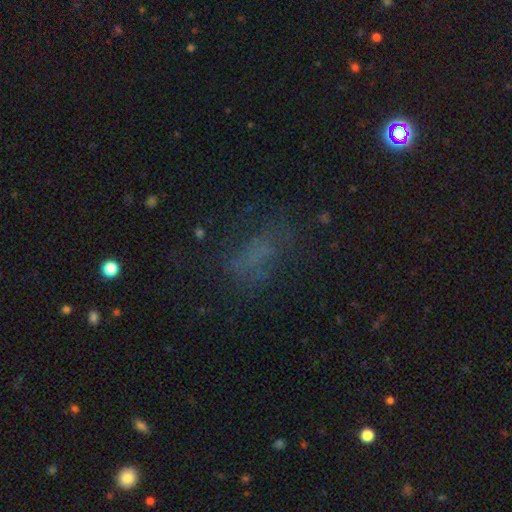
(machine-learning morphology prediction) Smooth or featured? Predicted: smooth (p=0.47). Merging? Predicted: none (p=0.55).